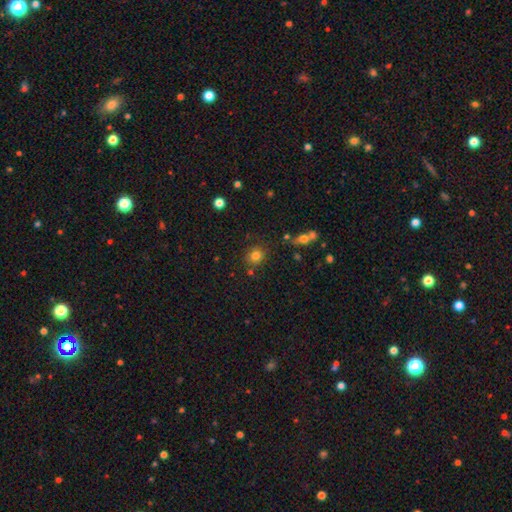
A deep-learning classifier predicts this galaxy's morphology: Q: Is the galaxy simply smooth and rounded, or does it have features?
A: smooth — 78%.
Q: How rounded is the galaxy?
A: round — 82%.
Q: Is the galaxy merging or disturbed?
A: none — 78%.